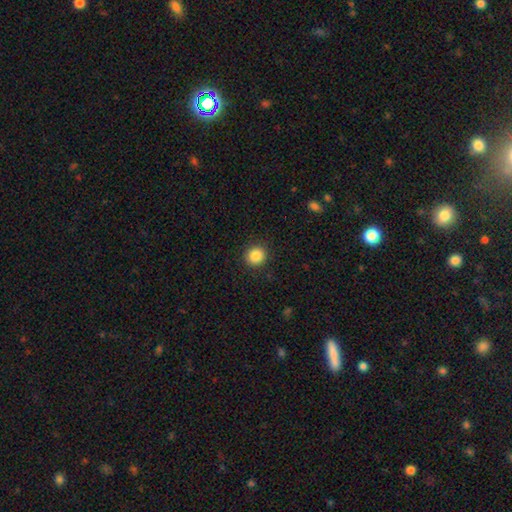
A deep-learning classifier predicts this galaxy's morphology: A smooth galaxy with no disk features (87%) that is round (89%). Merging: none (91%).